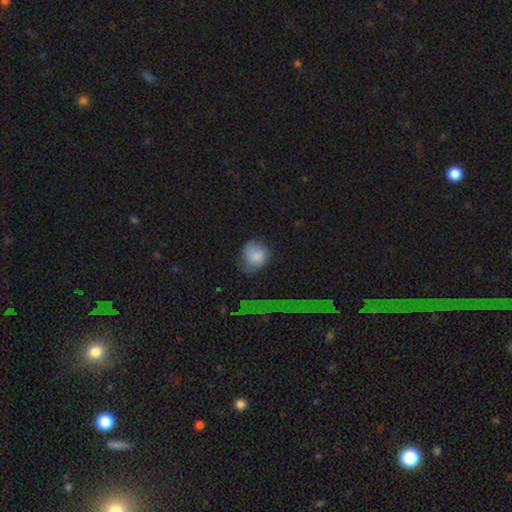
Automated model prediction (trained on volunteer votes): Overall: smooth (77%). How rounded: round (74%). Merging: none (52%; minor disturbance 30%).